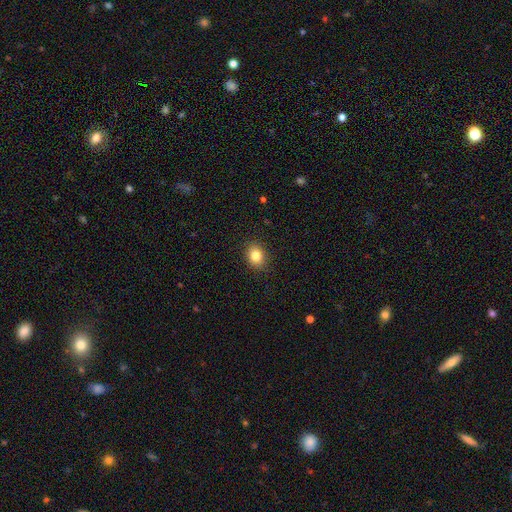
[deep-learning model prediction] Morphology: type=smooth (84%); roundness=in between (52%); merging=none (89%).